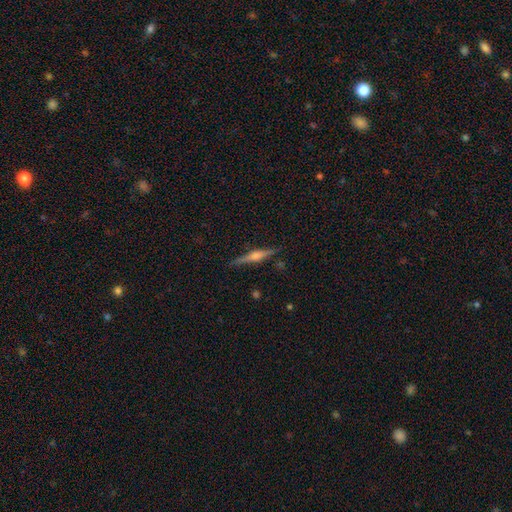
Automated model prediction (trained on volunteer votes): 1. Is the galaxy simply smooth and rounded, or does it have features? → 74% featured or disk, 20% smooth, 7% star or artifact.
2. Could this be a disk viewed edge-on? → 98% yes, 2% no.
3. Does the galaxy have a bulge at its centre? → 81% rounded, 13% boxy, 5% none.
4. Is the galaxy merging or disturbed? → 88% none, 8% minor disturbance, 2% major disturbance, 1% merger.